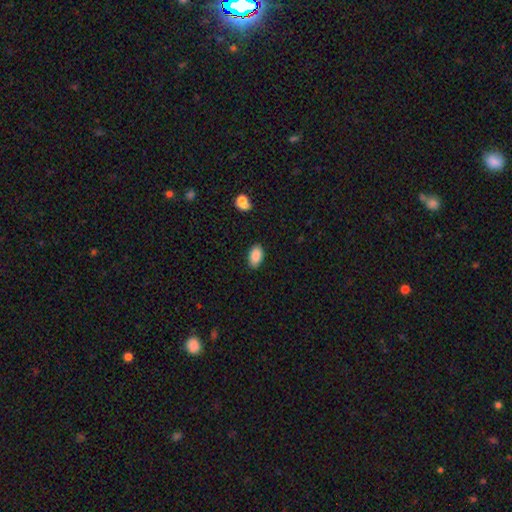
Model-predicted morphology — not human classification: A smooth galaxy with no disk features (88%) that is in between round and cigar-shaped (93%). Merging: none (84%).